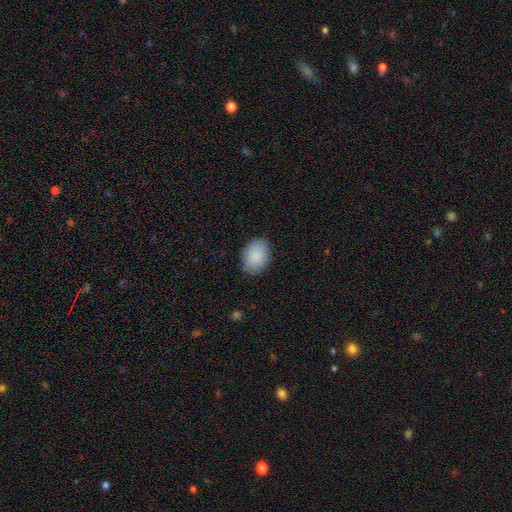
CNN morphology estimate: type=smooth (89%); roundness=in between (81%); merging=none (85%).